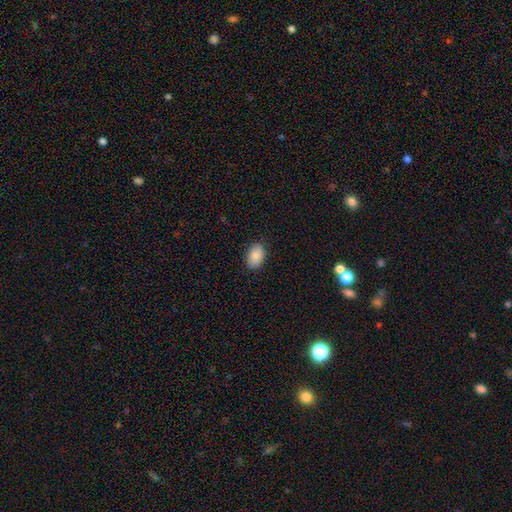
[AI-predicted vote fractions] A smooth galaxy with no disk features (90%) that is in between round and cigar-shaped (89%). Merging: none (88%).